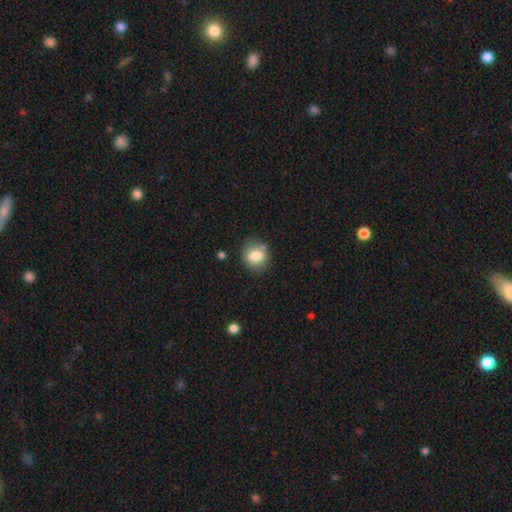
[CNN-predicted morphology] Q: Smooth or featured?
A: smooth (79%); runner-up: featured or disk (11%)
Q: How rounded?
A: round (72%); runner-up: in between (27%)
Q: Merging?
A: none (77%); runner-up: minor disturbance (14%)